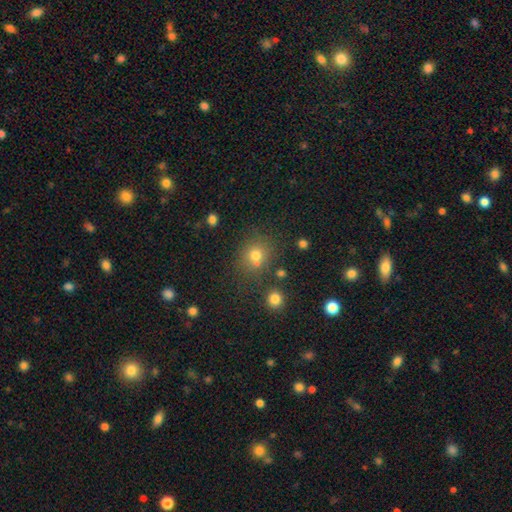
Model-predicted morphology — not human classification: smooth-or-featured: smooth: 72% | star or artifact: 18% | featured or disk: 10%
  how-rounded: round: 80% | in between: 19% | cigar-shaped: 1%
  merging: none: 64% | merger: 20% | minor disturbance: 12% | major disturbance: 5%